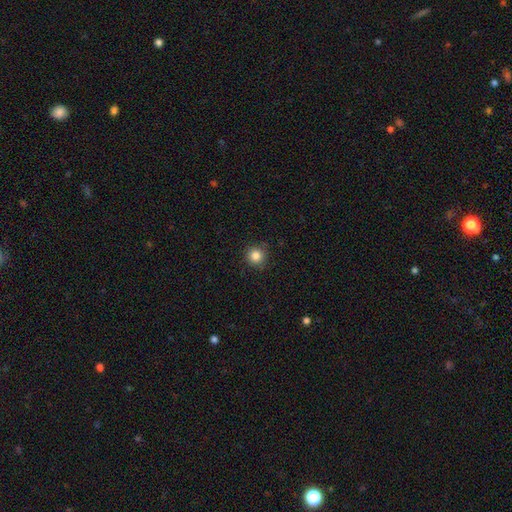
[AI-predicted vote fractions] Overall: smooth (85%). How rounded: round (93%). Merging: none (87%).